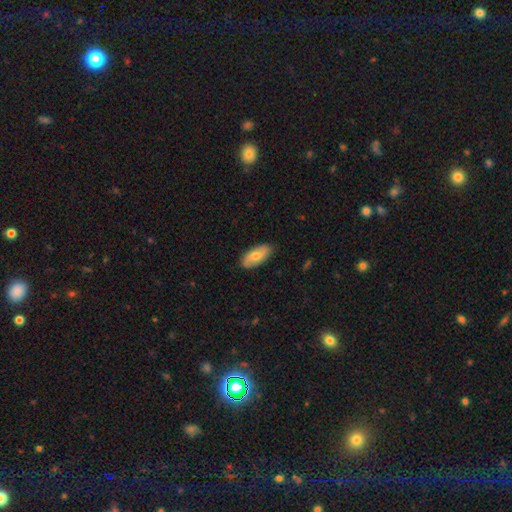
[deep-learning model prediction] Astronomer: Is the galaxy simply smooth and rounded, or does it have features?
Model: smooth — 57% (runner-up: featured or disk, 37%).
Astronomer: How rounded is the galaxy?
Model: in between — 88%.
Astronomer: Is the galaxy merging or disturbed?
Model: none — 87%.